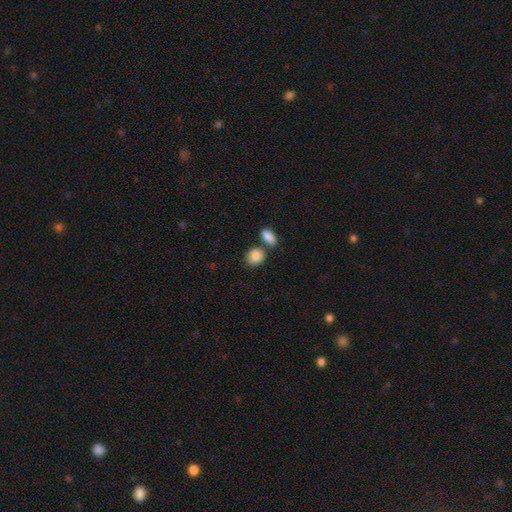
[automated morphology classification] The model was most divided on "how rounded": in between: 55%, round: 43%, cigar-shaped: 2%. More confident: smooth or featured — smooth (88%); merging — none (61%).